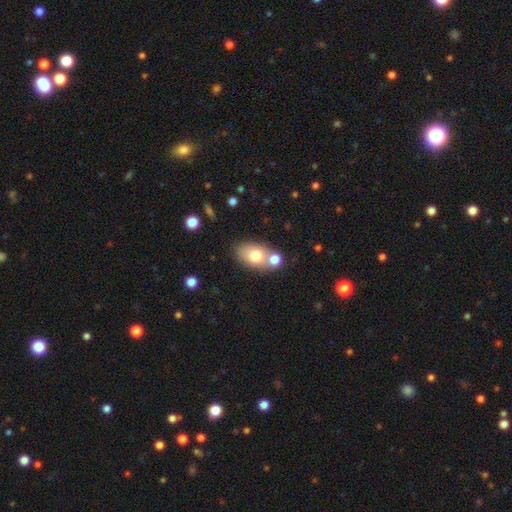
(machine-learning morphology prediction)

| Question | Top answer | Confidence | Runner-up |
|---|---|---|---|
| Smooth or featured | smooth | 74% | featured or disk (17%) |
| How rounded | in between | 82% | round (16%) |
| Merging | none | 52% | merger (32%) |